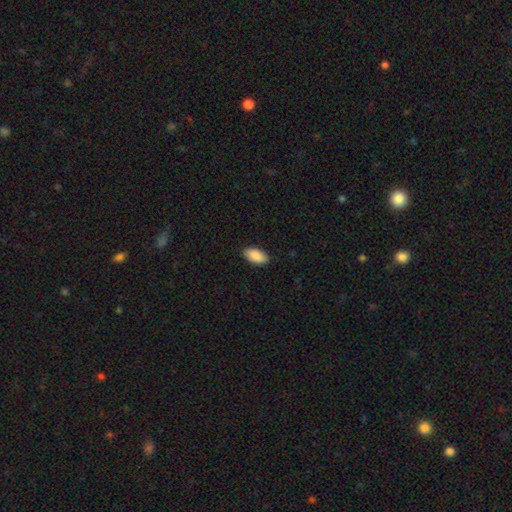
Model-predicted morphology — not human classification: smooth-or-featured: smooth: 90% | star or artifact: 6% | featured or disk: 4%
  how-rounded: in between: 95% | cigar-shaped: 3% | round: 2%
  merging: none: 88% | minor disturbance: 9% | major disturbance: 2% | merger: 1%